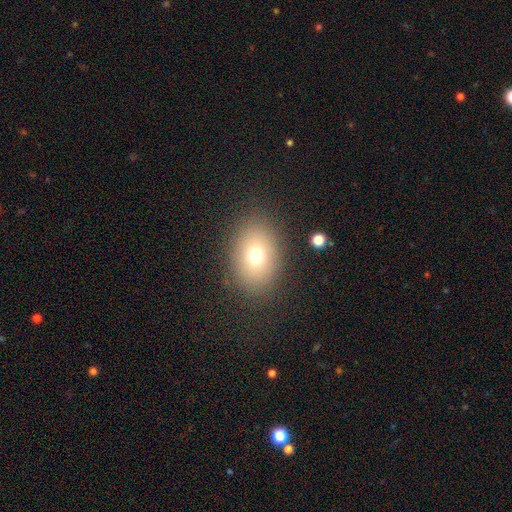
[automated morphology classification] This appears to be a smooth galaxy with no disk features (72%) that is in between round and cigar-shaped (71%). Merging: none (85%).